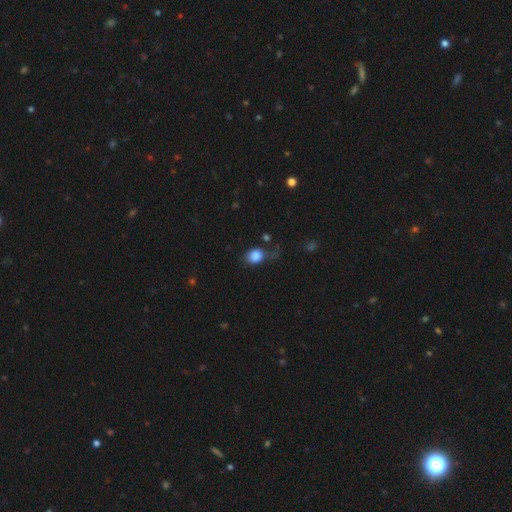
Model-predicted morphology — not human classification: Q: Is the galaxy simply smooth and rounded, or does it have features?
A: smooth — 84%.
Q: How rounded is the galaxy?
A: round — 55%.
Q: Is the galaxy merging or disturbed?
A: none — 45%.